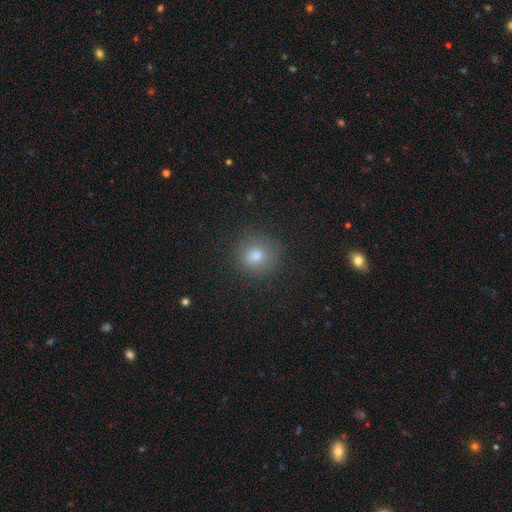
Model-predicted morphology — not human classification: Smooth or featured? smooth (78%)
How rounded? round (90%)
Merging? none (88%)